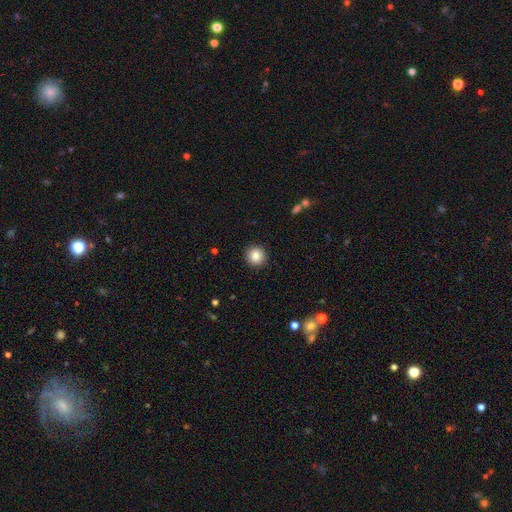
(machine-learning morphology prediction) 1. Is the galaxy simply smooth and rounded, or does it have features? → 85% smooth, 9% star or artifact, 6% featured or disk.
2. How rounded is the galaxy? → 95% round, 4% in between, 1% cigar-shaped.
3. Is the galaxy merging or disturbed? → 92% none, 5% minor disturbance, 2% major disturbance, 1% merger.